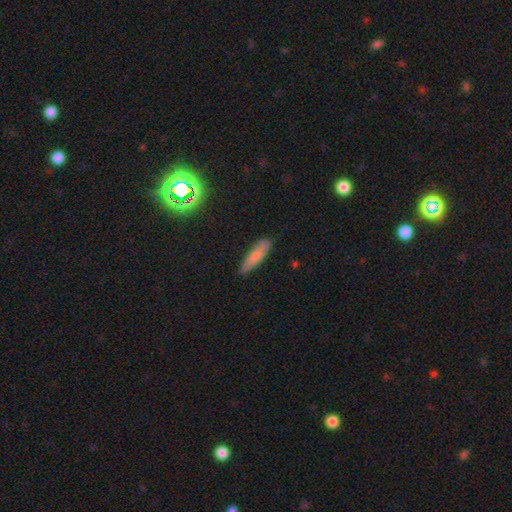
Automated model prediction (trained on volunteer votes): The model was most divided on "how rounded": cigar-shaped: 69%, in between: 29%, round: 2%. More confident: merging — none (78%); smooth or featured — smooth (77%).